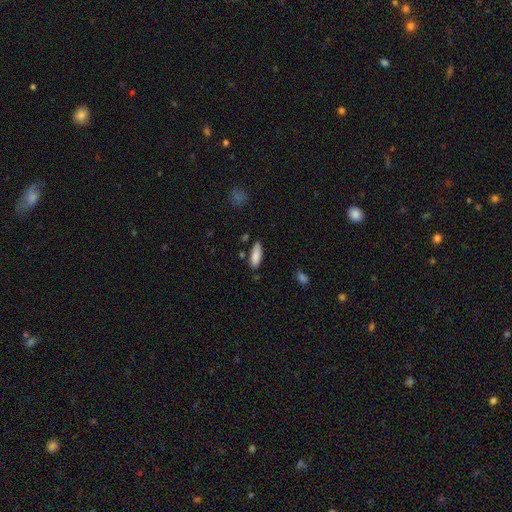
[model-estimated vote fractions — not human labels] Q: Smooth or featured?
A: smooth (86%); runner-up: featured or disk (7%)
Q: How rounded?
A: in between (59%); runner-up: cigar-shaped (39%)
Q: Merging?
A: none (78%); runner-up: minor disturbance (15%)